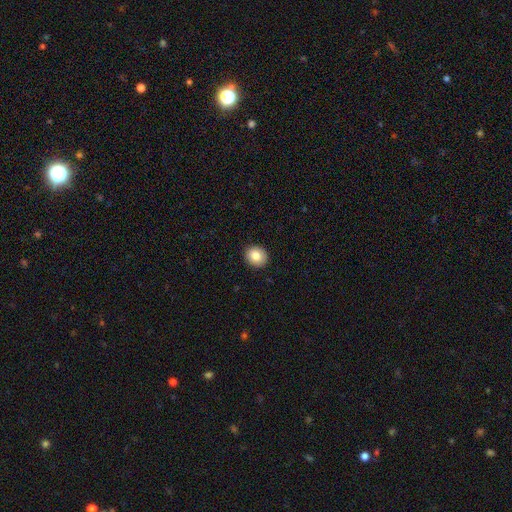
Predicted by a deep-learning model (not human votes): smooth_or_featured: smooth (p=0.82) [alt: featured or disk p=0.09]
how_rounded: round (p=0.75) [alt: in between p=0.24]
merging: none (p=0.92) [alt: minor disturbance p=0.06]